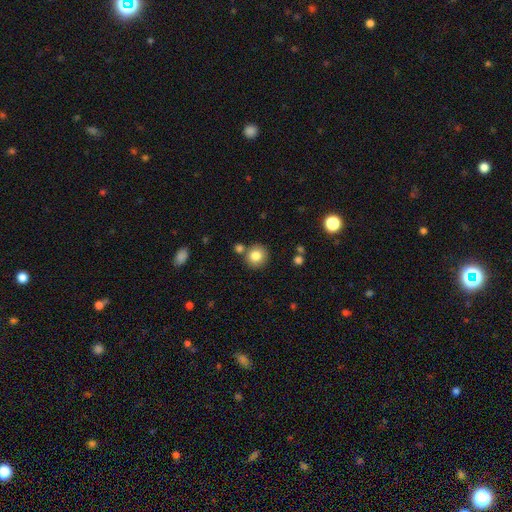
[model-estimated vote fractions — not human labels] The model was most divided on "merging": none: 78%, merger: 11%, minor disturbance: 9%, major disturbance: 3%. More confident: how rounded — round (90%); smooth or featured — smooth (83%).